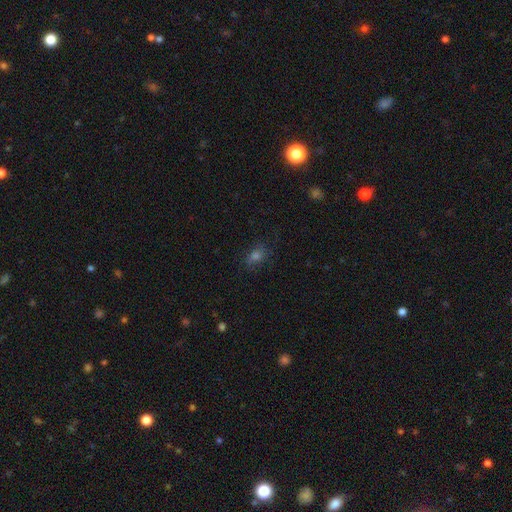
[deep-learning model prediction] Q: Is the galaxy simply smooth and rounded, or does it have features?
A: smooth — 60%.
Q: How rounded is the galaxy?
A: in between — 60%.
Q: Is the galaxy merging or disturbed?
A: none — 79%.